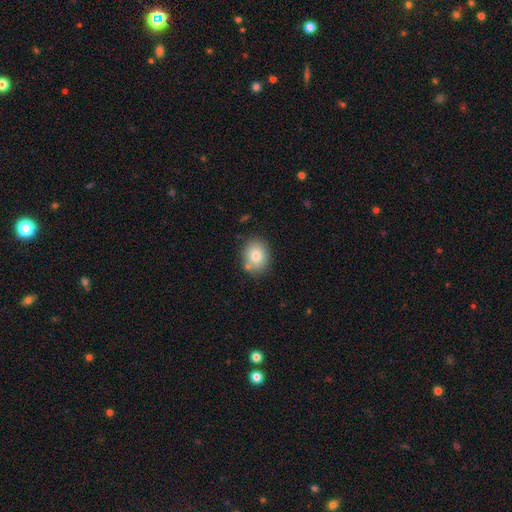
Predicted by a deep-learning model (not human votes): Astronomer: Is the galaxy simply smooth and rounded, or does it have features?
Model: smooth — 79%.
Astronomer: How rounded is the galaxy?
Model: round — 63%.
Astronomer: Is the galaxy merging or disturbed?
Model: none — 78%.